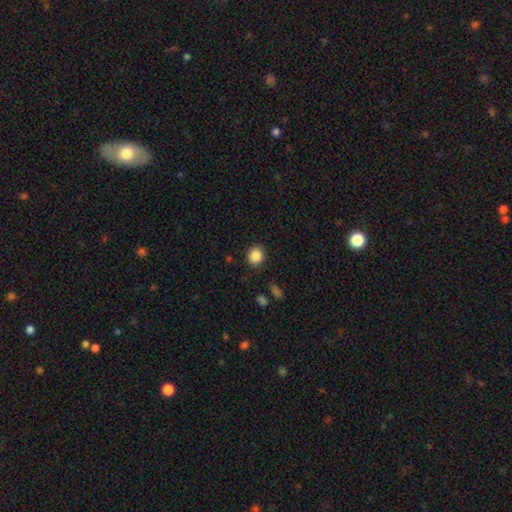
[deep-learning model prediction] Morphology: type=smooth (86%); roundness=round (87%); merging=none (89%).